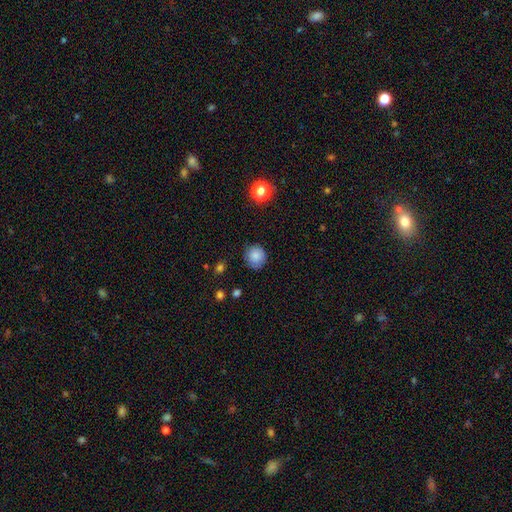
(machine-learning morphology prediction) A smooth galaxy with no disk features (85%) that is round (89%). Merging: none (83%).